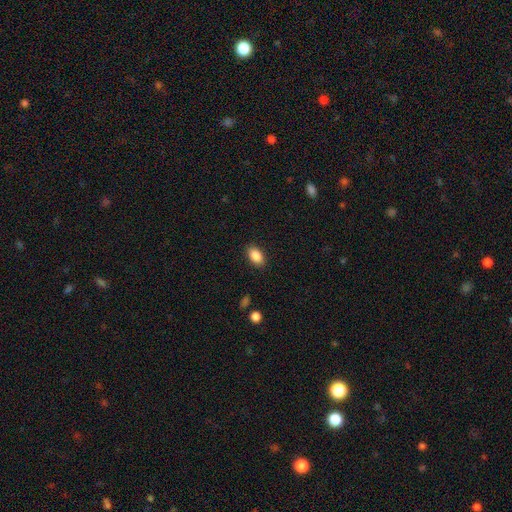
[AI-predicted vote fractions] smooth 88%, star or artifact 8%, featured or disk 4%. Down the decision tree: how rounded — in between (91%); merging — none (88%).